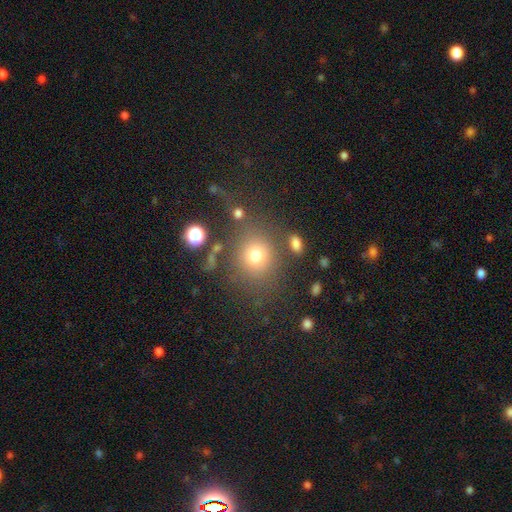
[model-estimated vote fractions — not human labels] smooth_or_featured: smooth (p=0.74) [alt: star or artifact p=0.16]
how_rounded: round (p=0.81) [alt: in between p=0.18]
merging: none (p=0.73) [alt: minor disturbance p=0.12]